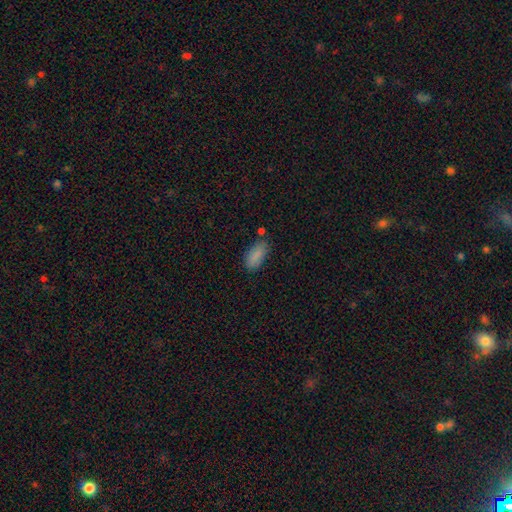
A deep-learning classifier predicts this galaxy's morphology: A smooth galaxy with no disk features (86%) that is in between round and cigar-shaped (88%).

Vote fractions:
- Smooth or featured? smooth: 86% / star or artifact: 8% / featured or disk: 6%
- How rounded? in between: 88% / cigar-shaped: 10% / round: 2%
- Merging? none: 71% / minor disturbance: 19% / merger: 5% / major disturbance: 4%